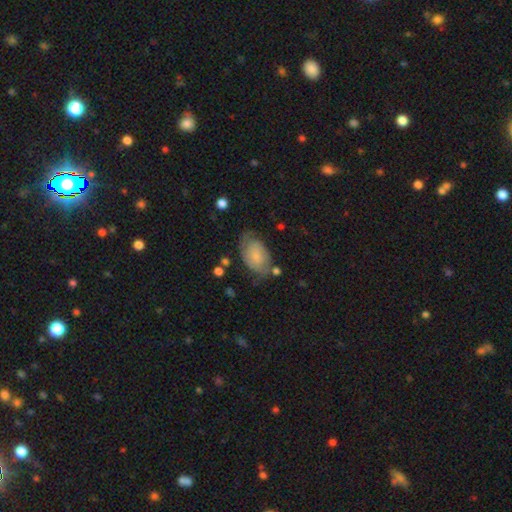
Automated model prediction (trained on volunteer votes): Smooth or featured? smooth (54%)
How rounded? in between (89%)
Merging? none (57%)